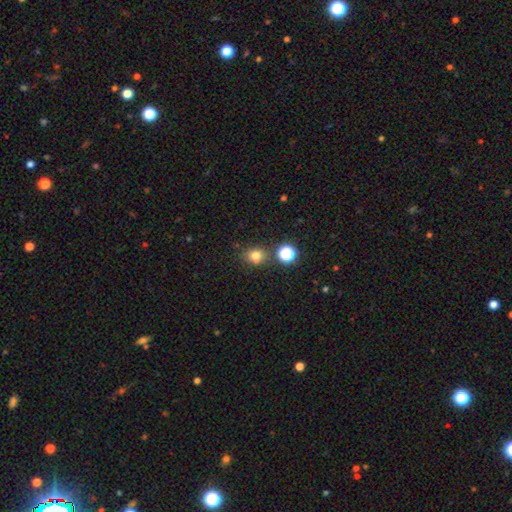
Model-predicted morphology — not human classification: This appears to be a smooth galaxy with no disk features (74%) that is round (67%). Merging: none (68%).